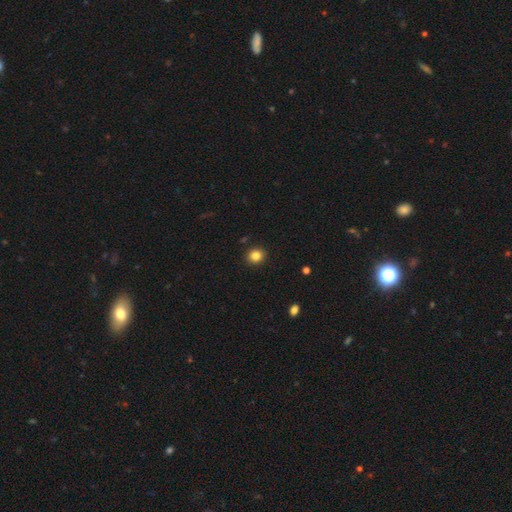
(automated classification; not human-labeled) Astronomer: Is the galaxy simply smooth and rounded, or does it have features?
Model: smooth — 84%.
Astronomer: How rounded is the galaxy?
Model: round — 81%.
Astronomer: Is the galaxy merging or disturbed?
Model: none — 91%.